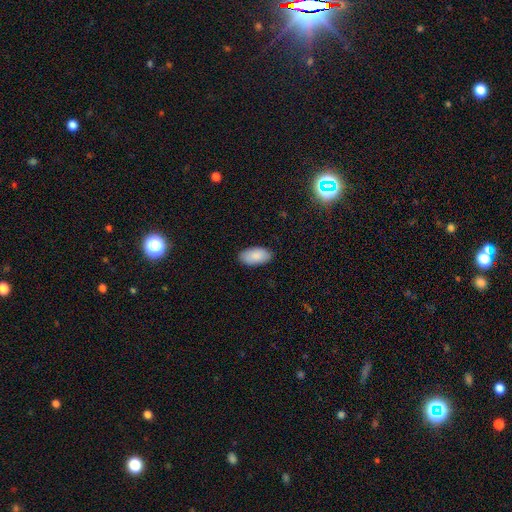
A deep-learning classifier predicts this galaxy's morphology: The model was most divided on "merging": none: 87%, minor disturbance: 10%, major disturbance: 2%, merger: 1%. More confident: how rounded — in between (96%); smooth or featured — smooth (89%).